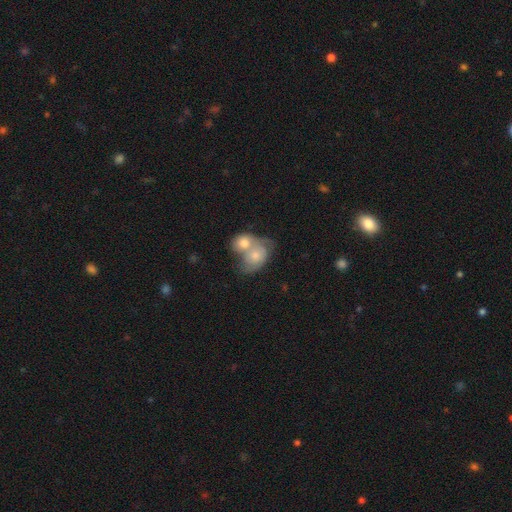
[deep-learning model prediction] smooth 59%, featured or disk 34%, star or artifact 7%. Down the decision tree: how rounded — in between (54%); merging — merger (78%).